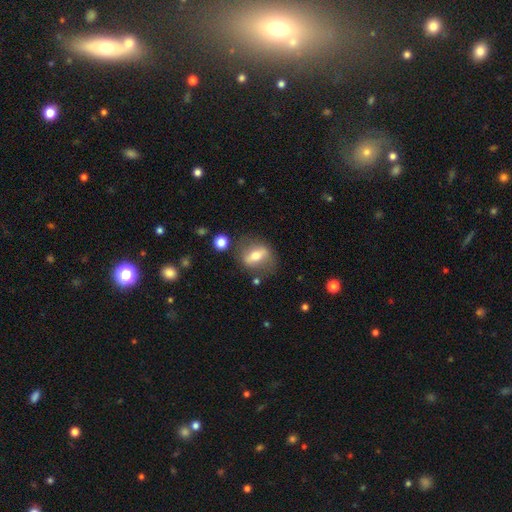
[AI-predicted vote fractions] This appears to be a featured or disk galaxy (52%). Merging: none (73%).